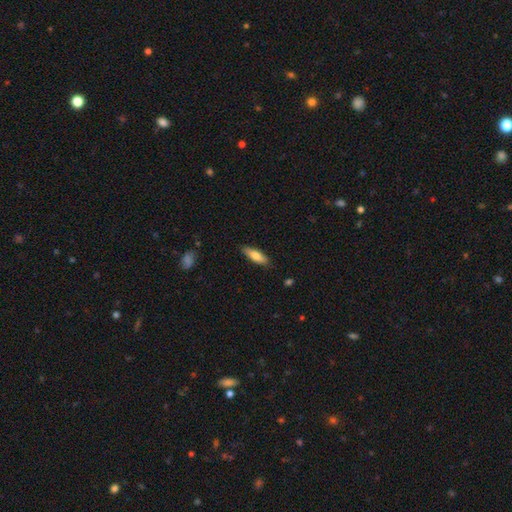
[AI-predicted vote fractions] Smooth or featured? smooth (73%)
How rounded? in between (49%, tied with cigar-shaped)
Merging? none (86%)